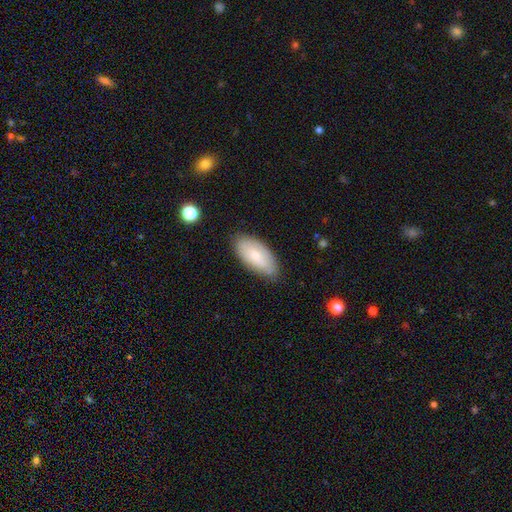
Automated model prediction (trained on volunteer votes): smooth 63%, featured or disk 30%, star or artifact 7%. Down the decision tree: how rounded — in between (92%); merging — none (75%).